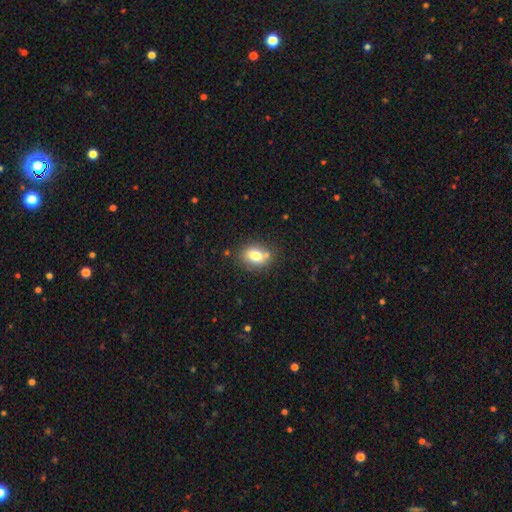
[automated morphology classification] Smooth or featured: smooth — 76% (featured or disk — 13%)
How rounded: in between — 63% (round — 36%)
Merging: none — 70% (minor disturbance — 15%)